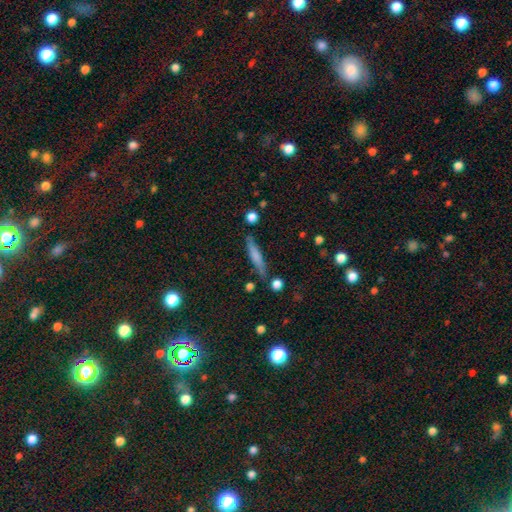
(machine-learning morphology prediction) smooth_or_featured: smooth (p=0.61) [alt: featured or disk p=0.31]
how_rounded: cigar-shaped (p=0.88) [alt: in between p=0.10]
merging: none (p=0.78) [alt: minor disturbance p=0.14]